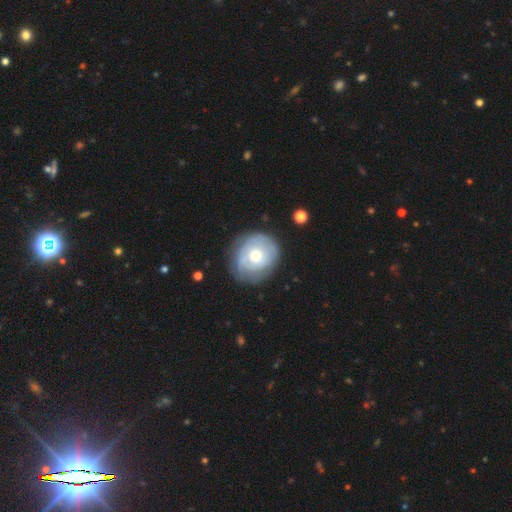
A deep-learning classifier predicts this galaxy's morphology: Smooth or featured: featured or disk — 47% (tied with smooth — 47%)
Merging: none — 70% (minor disturbance — 21%)